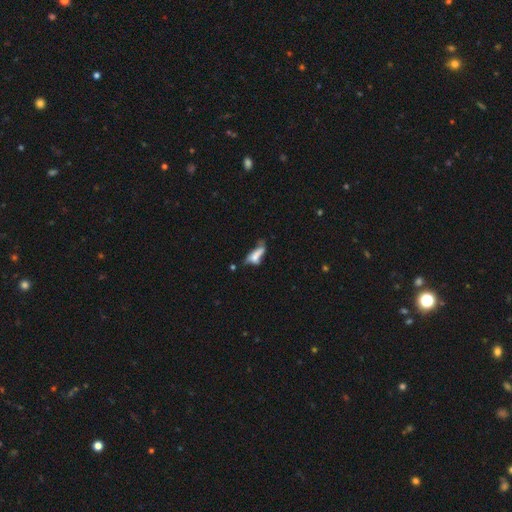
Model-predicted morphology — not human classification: Q: Smooth or featured?
A: smooth (57%); runner-up: featured or disk (31%)
Q: How rounded?
A: in between (57%); runner-up: cigar-shaped (39%)
Q: Merging?
A: major disturbance (30%); runner-up: none (26%)